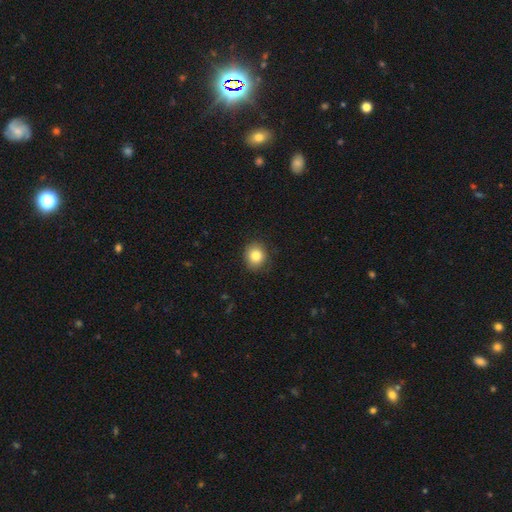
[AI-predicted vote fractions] Smooth or featured? Predicted: smooth (p=0.84). How rounded? Predicted: round (p=0.70). Merging? Predicted: none (p=0.87).